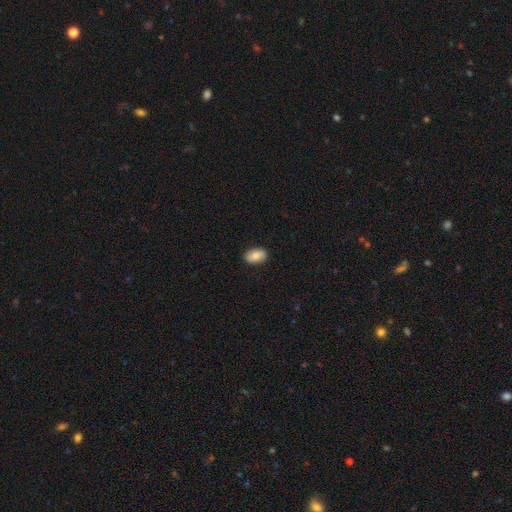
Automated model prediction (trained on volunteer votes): Overall: smooth (82%). How rounded: in between (89%). Merging: none (89%).